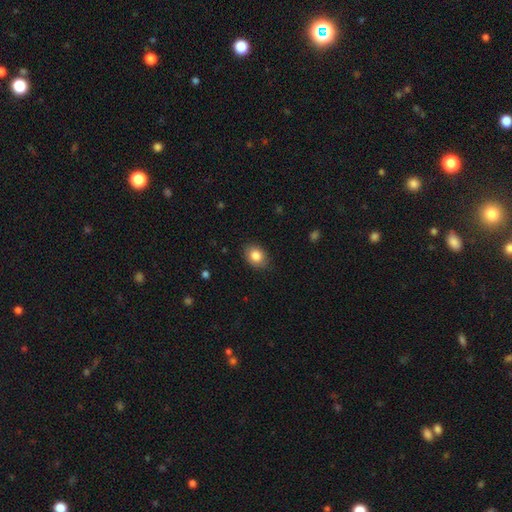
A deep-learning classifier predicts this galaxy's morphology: Smooth or featured: smooth — 84% (featured or disk — 8%)
How rounded: in between — 65% (round — 34%)
Merging: none — 83% (minor disturbance — 14%)